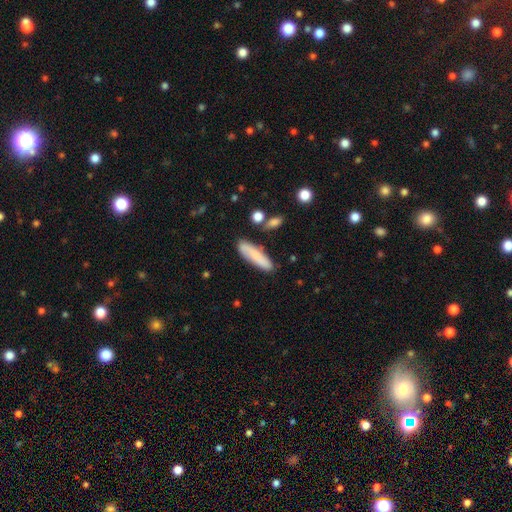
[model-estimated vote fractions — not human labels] Overall: smooth (75%). How rounded: cigar-shaped (70%). Merging: none (77%).